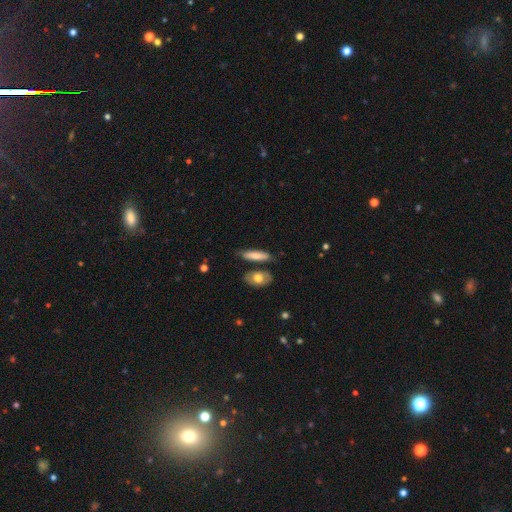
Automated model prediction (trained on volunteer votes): Smooth or featured: smooth — 72% (featured or disk — 22%)
How rounded: cigar-shaped — 62% (in between — 35%)
Merging: none — 72% (minor disturbance — 15%)